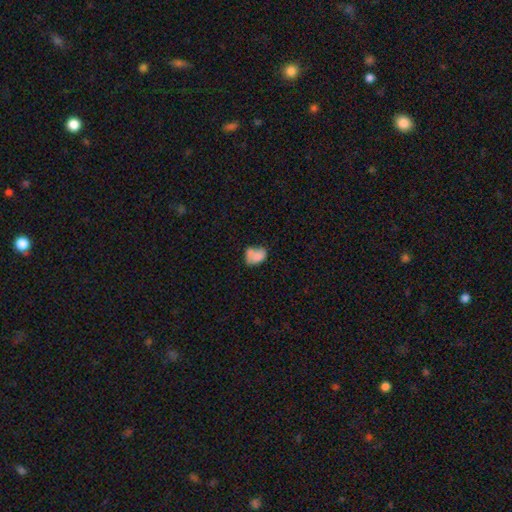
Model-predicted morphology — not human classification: A smooth galaxy with no disk features (74%) that is in between round and cigar-shaped (74%).

Vote fractions:
- Smooth or featured? smooth: 74% / featured or disk: 17% / star or artifact: 9%
- How rounded? in between: 74% / round: 25% / cigar-shaped: 1%
- Merging? merger: 32% (tied) / none: 32% (tied) / minor disturbance: 24% / major disturbance: 12%